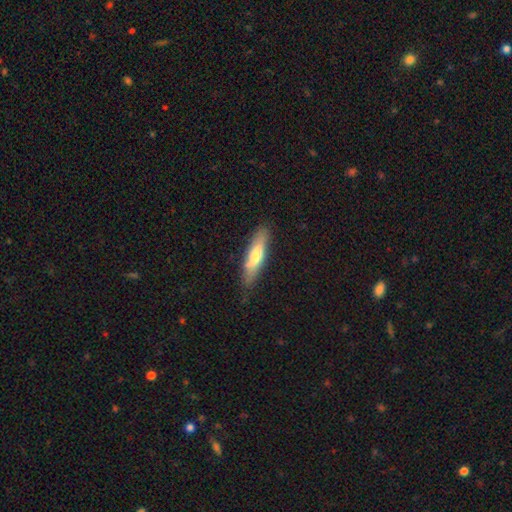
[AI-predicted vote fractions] A smooth galaxy with no disk features (63%) that is cigar-shaped (72%). Merging: none (79%).